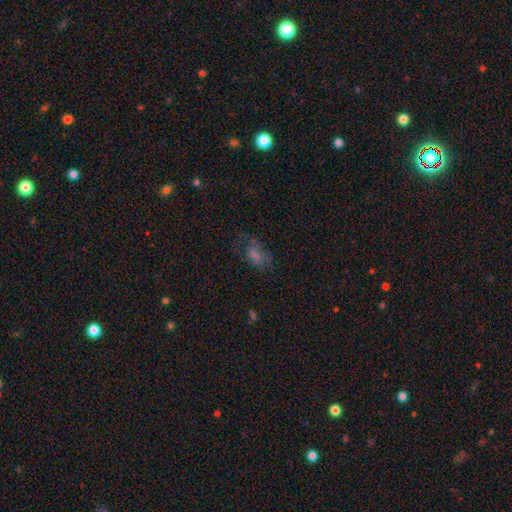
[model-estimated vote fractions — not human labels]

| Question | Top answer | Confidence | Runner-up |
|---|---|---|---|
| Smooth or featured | smooth | 48% | featured or disk (31%) |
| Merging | none | 50% | major disturbance (25%) |